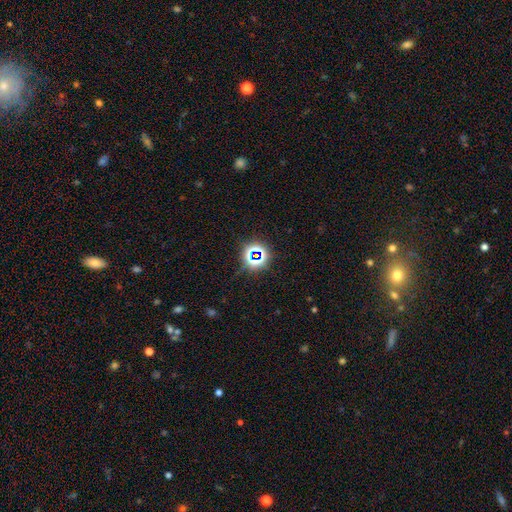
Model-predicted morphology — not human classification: smooth_or_featured: star or artifact (p=0.70) [alt: smooth p=0.21]